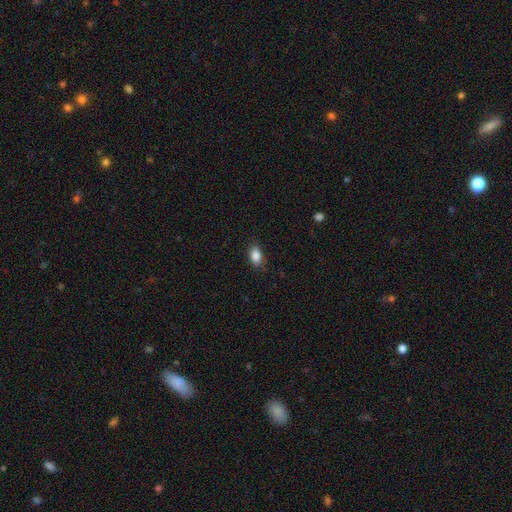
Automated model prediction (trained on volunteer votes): Q: Smooth or featured?
A: smooth (87%); runner-up: star or artifact (8%)
Q: How rounded?
A: in between (88%); runner-up: round (9%)
Q: Merging?
A: none (85%); runner-up: minor disturbance (11%)